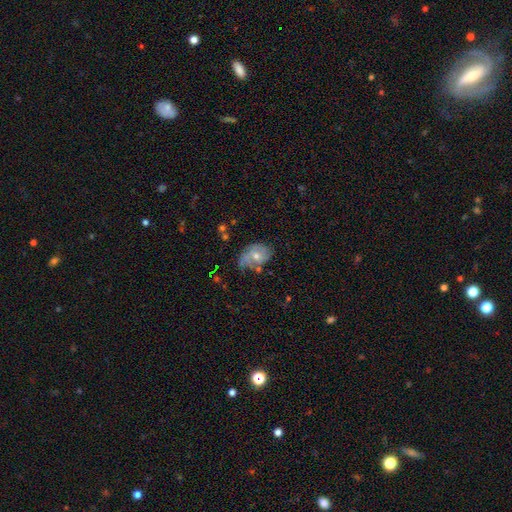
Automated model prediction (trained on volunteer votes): featured or disk 53%, smooth 38%, star or artifact 9%. Down the decision tree: edge-on disk — no (96%); bar — no (71%); spiral arms — yes (69%); bulge size — moderate (58%); merging — none (44%).